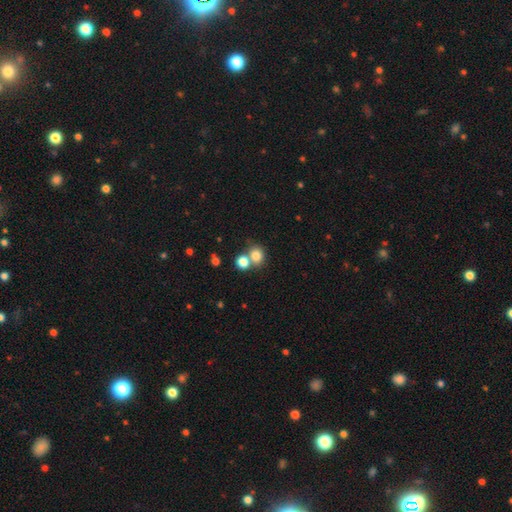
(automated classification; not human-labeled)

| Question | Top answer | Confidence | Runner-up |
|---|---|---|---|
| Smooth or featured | smooth | 79% | star or artifact (13%) |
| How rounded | round | 73% | in between (26%) |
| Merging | none | 48% | merger (41%) |